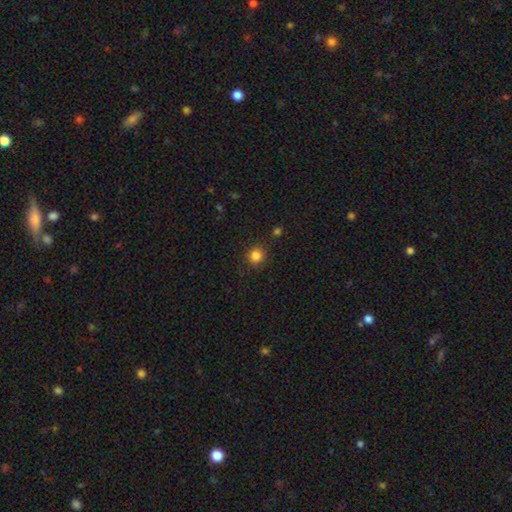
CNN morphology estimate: Smooth or featured? smooth (84%)
How rounded? round (91%)
Merging? none (87%)